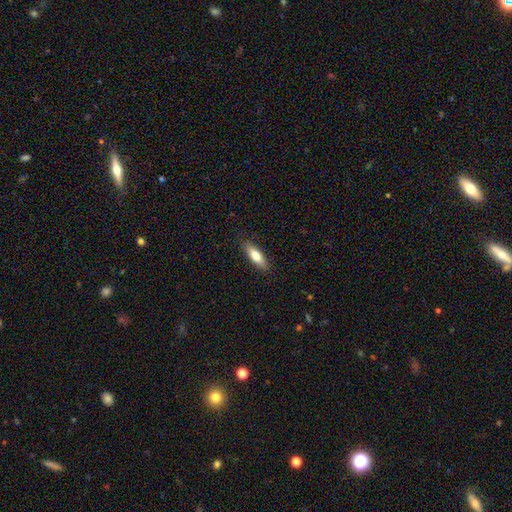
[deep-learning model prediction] Smooth or featured?
  - smooth: 71% *
  - featured or disk: 23%
  - star or artifact: 6%
How rounded?
  - cigar-shaped: 49% * (tied)
  - in between: 49% * (tied)
  - round: 2%
Merging?
  - none: 86% *
  - minor disturbance: 10%
  - major disturbance: 2%
  - merger: 1%